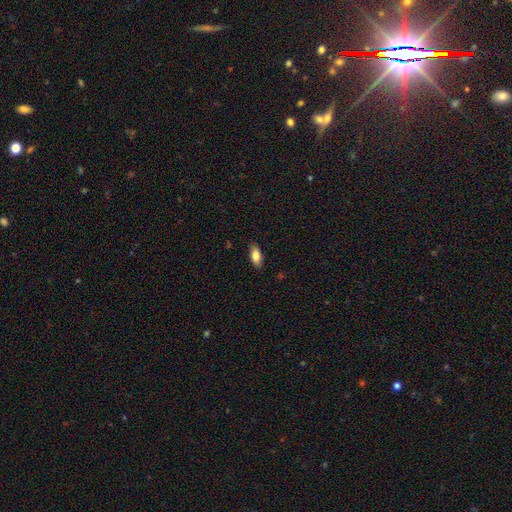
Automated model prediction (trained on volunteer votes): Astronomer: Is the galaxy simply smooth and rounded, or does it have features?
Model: smooth — 84%.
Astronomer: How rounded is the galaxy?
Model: in between — 87%.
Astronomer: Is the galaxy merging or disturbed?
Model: none — 86%.